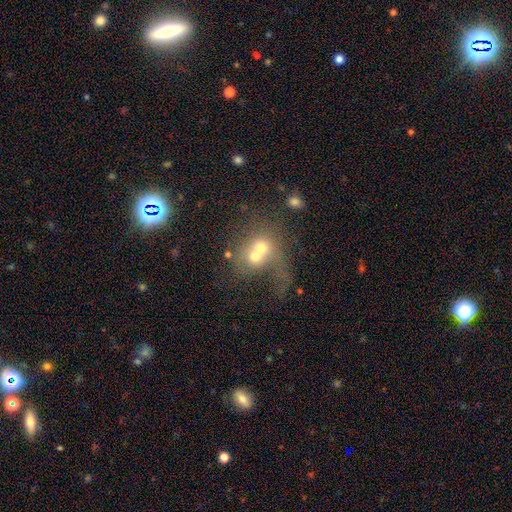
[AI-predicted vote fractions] A smooth galaxy with no disk features (46%).

Vote fractions:
- Smooth or featured? smooth: 46% / featured or disk: 34% / star or artifact: 20%
- Merging? merger: 70% / none: 15% / major disturbance: 9% / minor disturbance: 5%